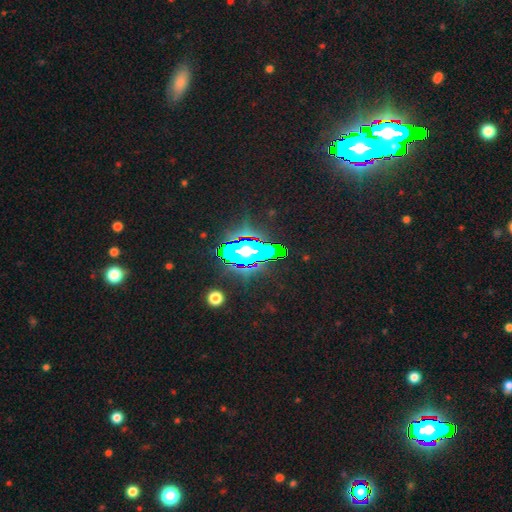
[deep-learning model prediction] This is possibly a star or artifact rather than a galaxy (58%).